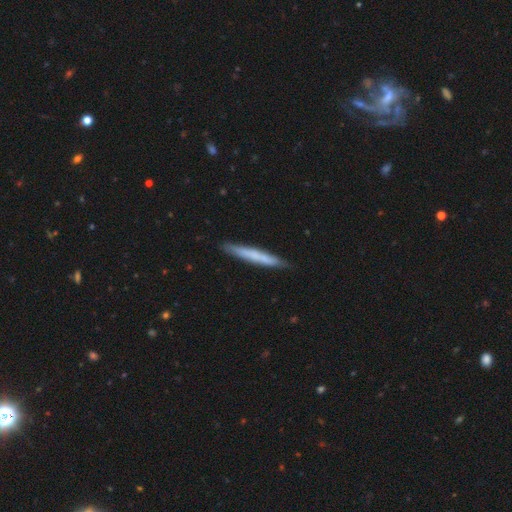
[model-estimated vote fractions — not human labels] Smooth or featured? smooth (62%)
How rounded? cigar-shaped (96%)
Merging? none (87%)